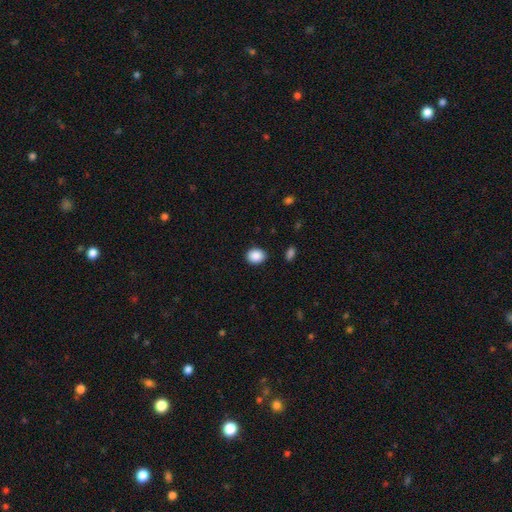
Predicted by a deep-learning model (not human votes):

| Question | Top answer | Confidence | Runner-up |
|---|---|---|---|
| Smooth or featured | smooth | 89% | star or artifact (8%) |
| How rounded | in between | 50% | round (49%) |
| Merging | none | 88% | minor disturbance (8%) |